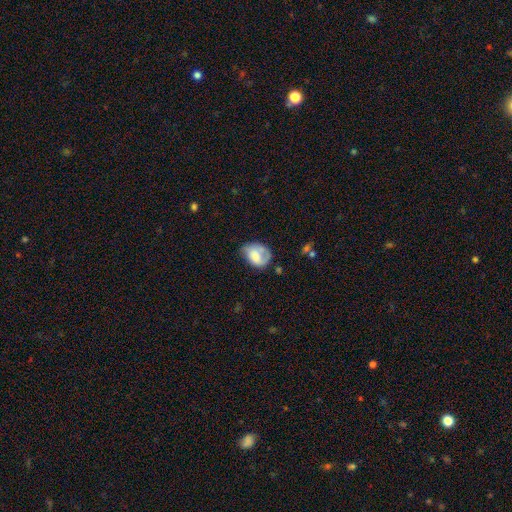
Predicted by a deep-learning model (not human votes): A smooth galaxy with no disk features (62%) that is in between round and cigar-shaped (70%). Merging: none (43%).